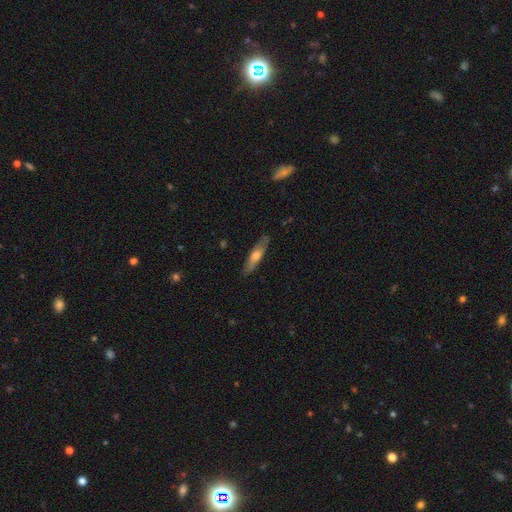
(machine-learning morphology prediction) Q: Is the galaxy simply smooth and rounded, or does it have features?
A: smooth — 50%.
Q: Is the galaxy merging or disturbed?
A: none — 87%.